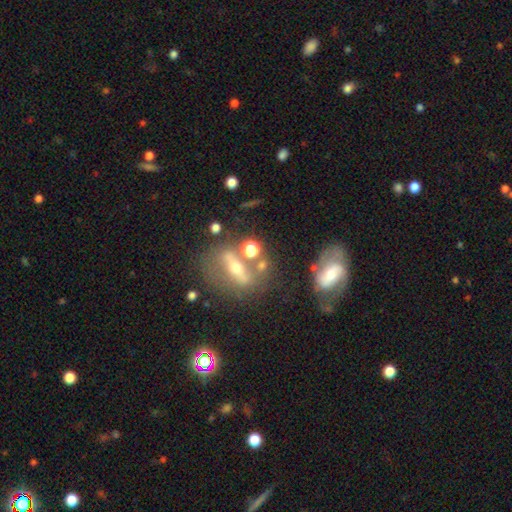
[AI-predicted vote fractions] A featured or disk galaxy (59%).

Vote fractions:
- Smooth or featured? featured or disk: 59% / smooth: 25% / star or artifact: 15%
- Edge-on disk? no: 65% / yes: 35%
- Merging? none: 53% / merger: 21% / minor disturbance: 15% / major disturbance: 10%